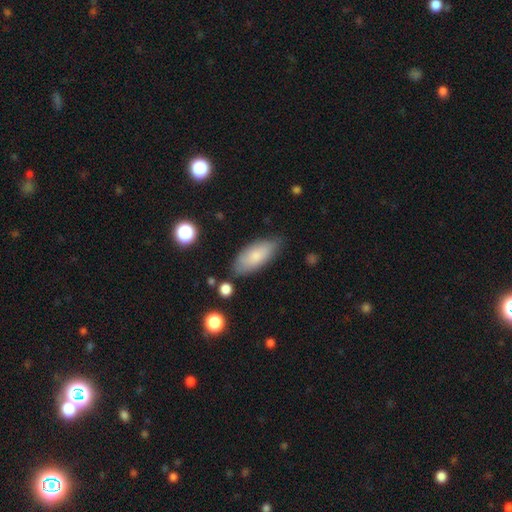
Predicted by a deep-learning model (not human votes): Smooth or featured? smooth (79%)
How rounded? in between (84%)
Merging? none (77%)